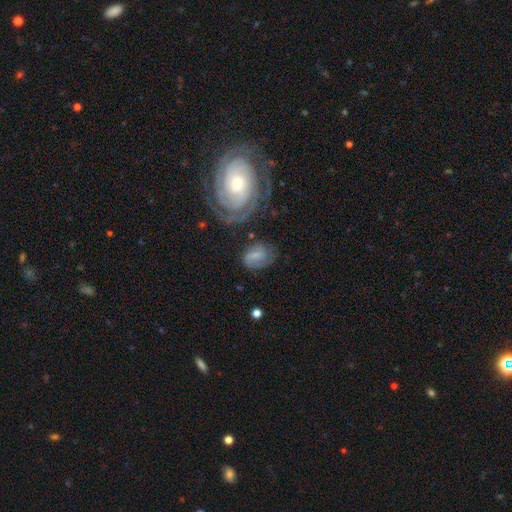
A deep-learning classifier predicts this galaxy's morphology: This is possibly a featured or disk galaxy (46%). Merging: possibly none (59%).